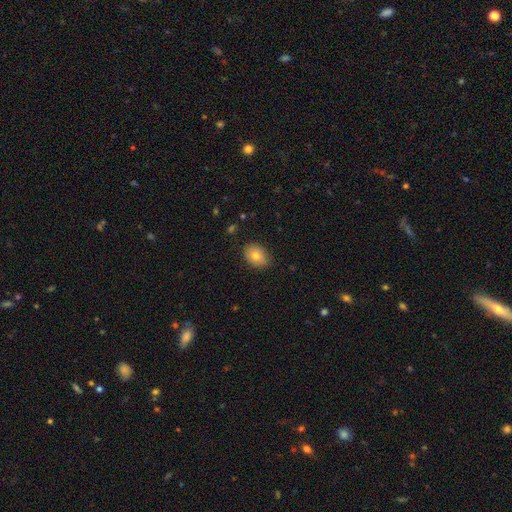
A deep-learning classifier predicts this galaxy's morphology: Overall: smooth (79%). How rounded: in between (70%). Merging: none (83%).